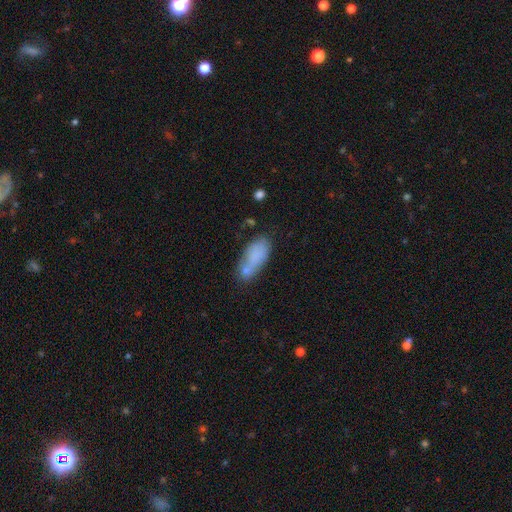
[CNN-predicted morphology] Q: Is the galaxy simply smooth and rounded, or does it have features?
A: smooth — 75%.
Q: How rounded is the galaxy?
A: in between — 79%.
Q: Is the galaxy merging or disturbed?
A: none — 41%.